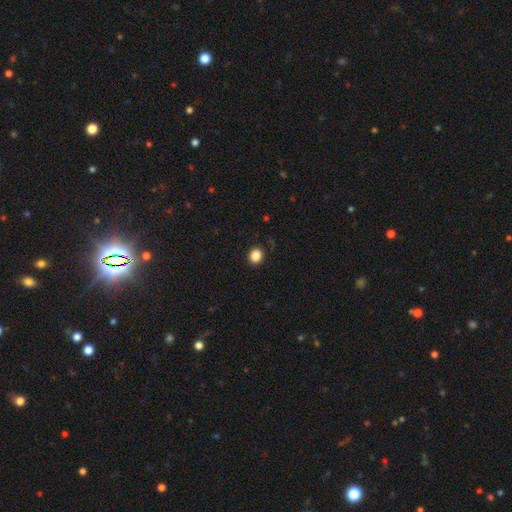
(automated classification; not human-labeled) This appears to be a smooth galaxy with no disk features (86%) that is round (74%). Merging: none (90%).